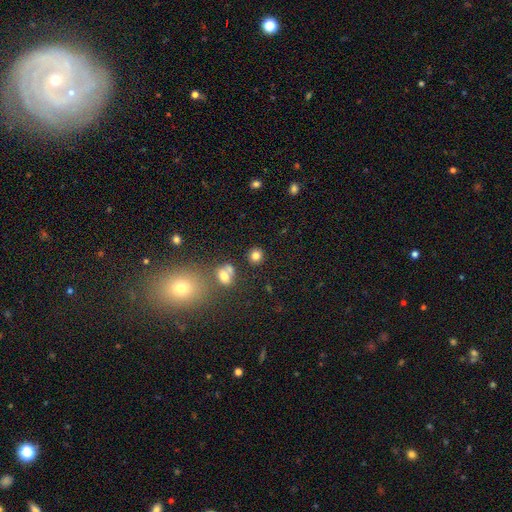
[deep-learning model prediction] This appears to be a smooth galaxy with no disk features (80%) that is round (85%). Merging: none (82%).